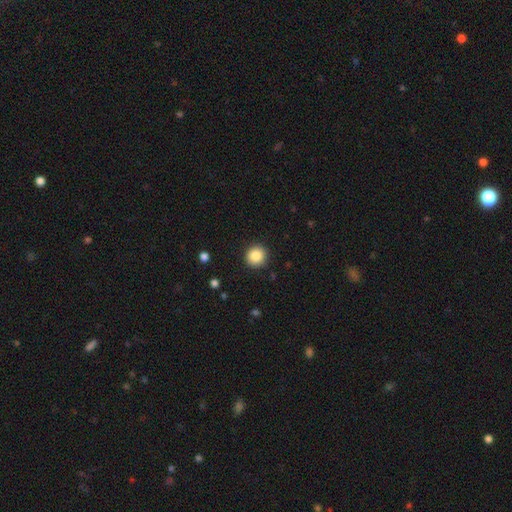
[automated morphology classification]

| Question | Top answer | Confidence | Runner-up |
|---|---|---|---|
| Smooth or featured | smooth | 85% | star or artifact (9%) |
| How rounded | round | 93% | in between (6%) |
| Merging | none | 91% | minor disturbance (6%) |